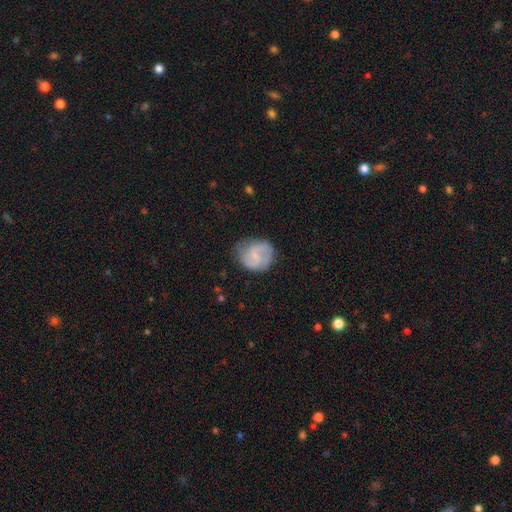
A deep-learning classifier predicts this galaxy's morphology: This is possibly a featured or disk galaxy (48%). Merging: likely none (61%).